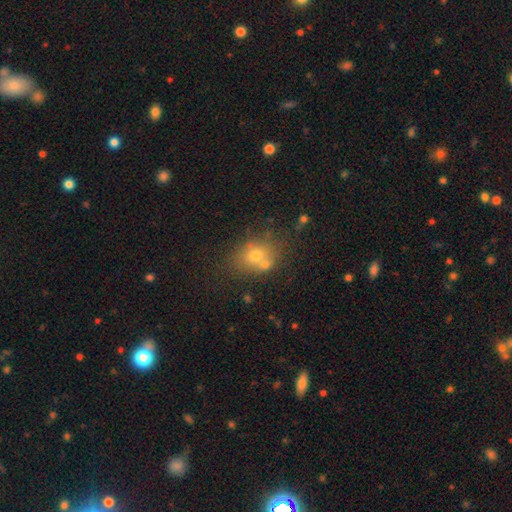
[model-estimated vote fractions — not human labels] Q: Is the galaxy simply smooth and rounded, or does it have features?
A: smooth — 65%.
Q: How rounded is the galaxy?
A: round — 50%.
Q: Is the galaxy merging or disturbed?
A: none — 54%.